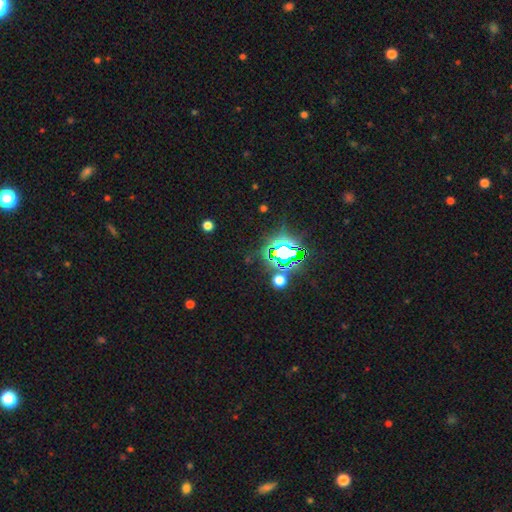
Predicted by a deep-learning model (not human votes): This is clearly a star or artifact rather than a galaxy (82%).